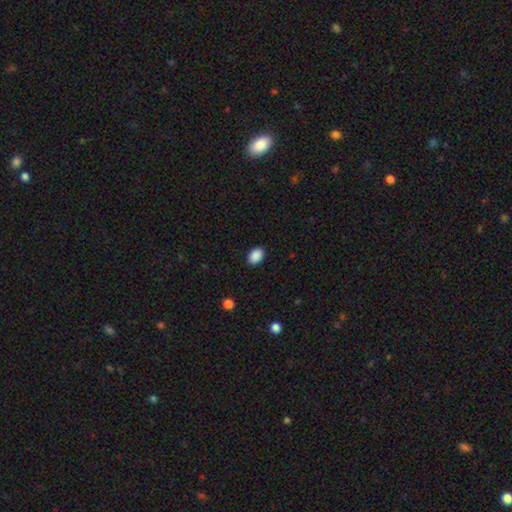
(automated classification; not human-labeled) smooth-or-featured: smooth: 90% | star or artifact: 8% | featured or disk: 2%
  how-rounded: in between: 84% | round: 15% | cigar-shaped: 1%
  merging: none: 89% | minor disturbance: 8% | major disturbance: 2% | merger: 1%